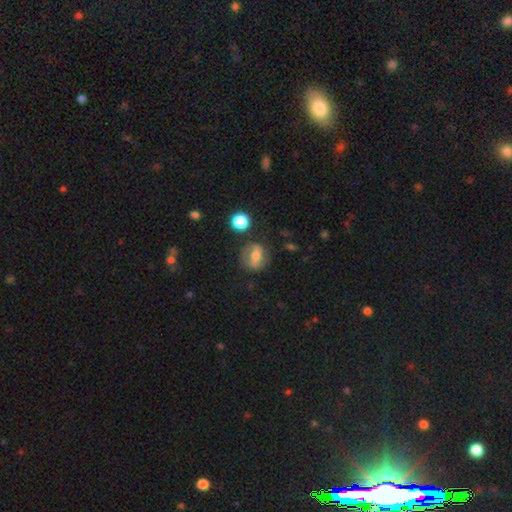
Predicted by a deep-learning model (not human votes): Smooth or featured?
  - smooth: 47% *
  - featured or disk: 44%
  - star or artifact: 9%
Merging?
  - none: 70% *
  - minor disturbance: 18%
  - major disturbance: 8%
  - merger: 4%